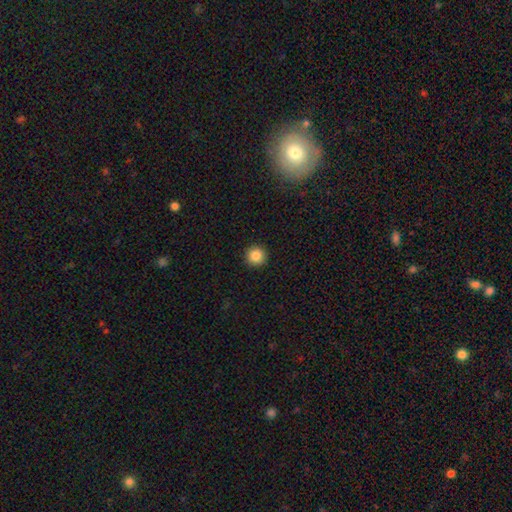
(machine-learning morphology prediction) Smooth or featured? Predicted: smooth (p=0.86). How rounded? Predicted: round (p=0.96). Merging? Predicted: none (p=0.93).